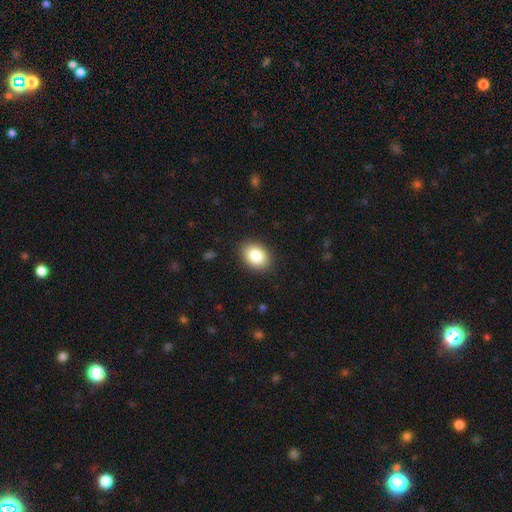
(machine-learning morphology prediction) This appears to be a smooth galaxy with no disk features (85%) that is in between round and cigar-shaped (75%). Merging: none (88%).